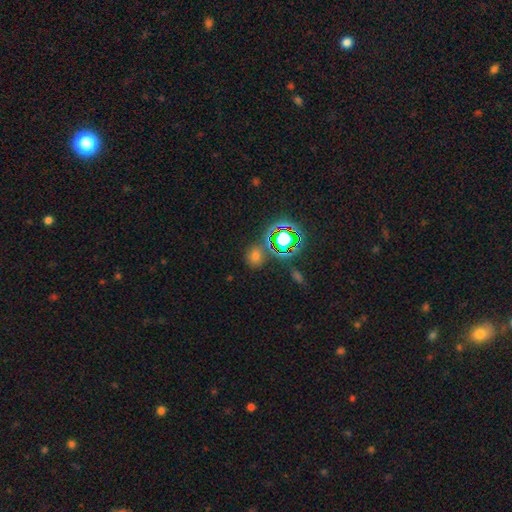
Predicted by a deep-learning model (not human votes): Smooth or featured? Predicted: smooth (p=0.52). How rounded? Predicted: round (p=0.73). Merging? Predicted: none (p=0.73).